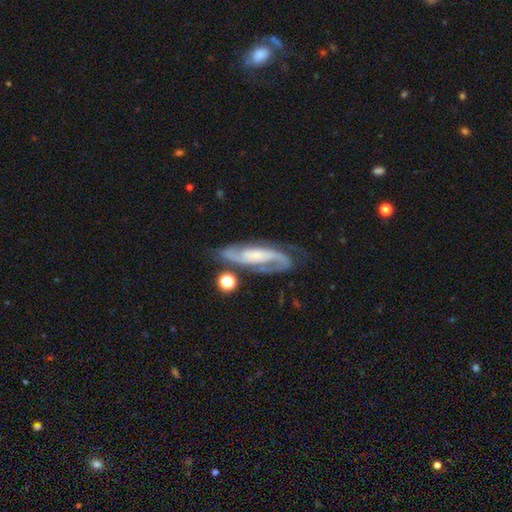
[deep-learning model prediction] Morphology: type=featured or disk (86%); edge-on=no (91%); bar=no (41%); spiral arms=yes (97%); winding=medium (50%); arm count=2 (86%); bulge=small (54%); merging=none (67%).